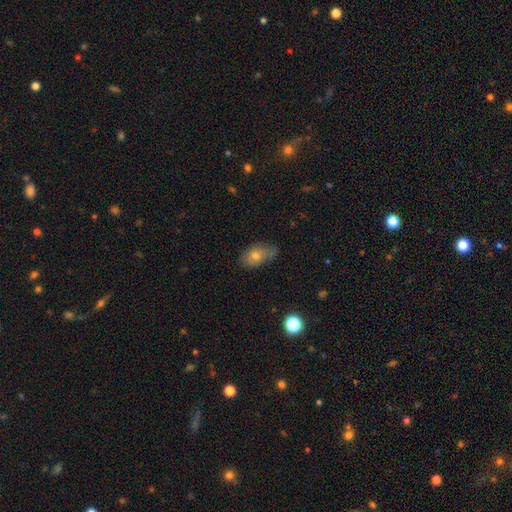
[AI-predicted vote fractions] A smooth galaxy with no disk features (69%) that is in between round and cigar-shaped (85%).

Vote fractions:
- Smooth or featured? smooth: 69% / featured or disk: 20% / star or artifact: 11%
- How rounded? in between: 85% / round: 12% / cigar-shaped: 3%
- Merging? none: 58% / minor disturbance: 32% / major disturbance: 8% / merger: 2%